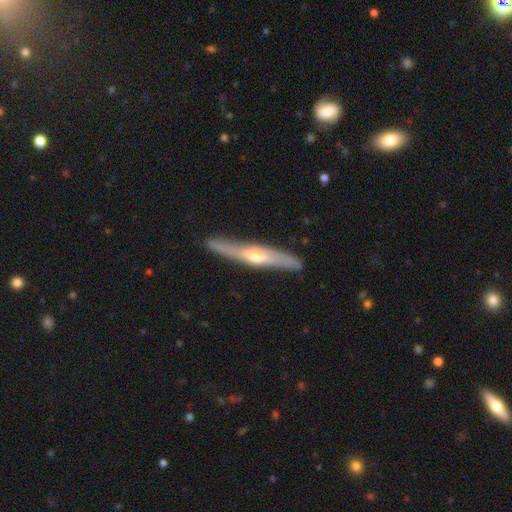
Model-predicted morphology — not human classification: This is likely a featured or disk galaxy (64%). It is clearly viewed edge-on (89%). Edge-on bulge: clearly rounded (81%). Merging: clearly none (88%).